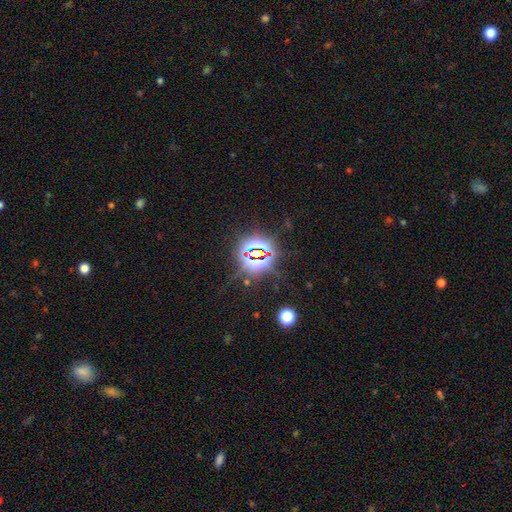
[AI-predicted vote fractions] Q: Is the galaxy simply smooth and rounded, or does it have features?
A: star or artifact — 82%.